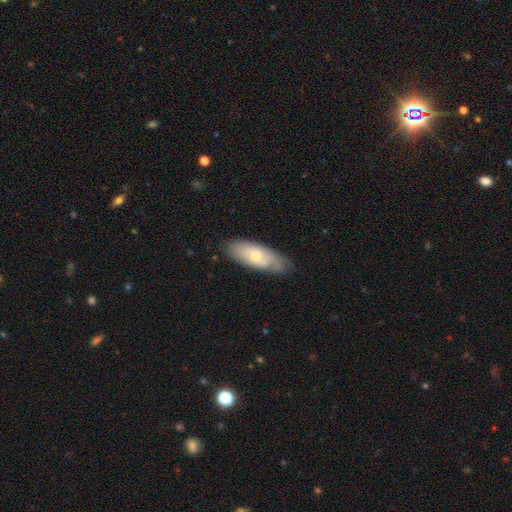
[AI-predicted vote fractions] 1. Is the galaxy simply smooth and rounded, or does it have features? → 48% featured or disk, 47% smooth, 6% star or artifact.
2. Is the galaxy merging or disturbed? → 73% none, 21% minor disturbance, 5% major disturbance, 2% merger.